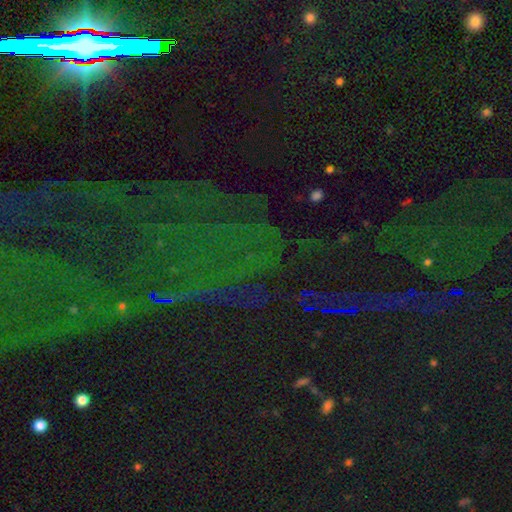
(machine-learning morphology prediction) star or artifact 83%, smooth 9%, featured or disk 9%.